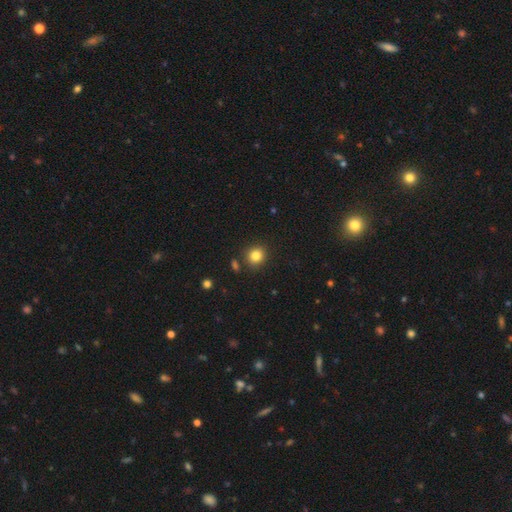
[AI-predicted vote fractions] smooth 83%, star or artifact 11%, featured or disk 6%. Down the decision tree: how rounded — round (83%); merging — none (86%).